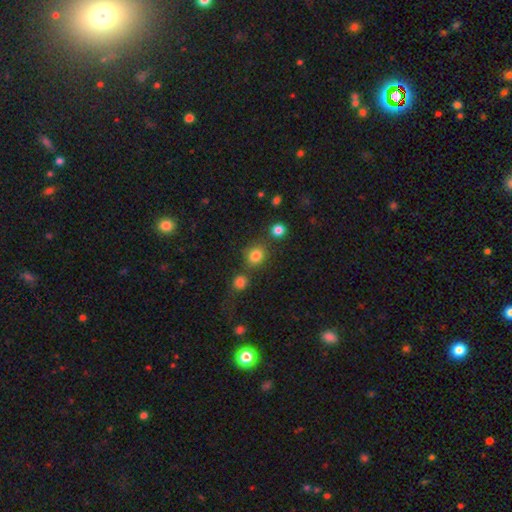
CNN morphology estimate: The model was most divided on "how rounded": round: 76%, in between: 23%, cigar-shaped: 1%. More confident: smooth or featured — smooth (81%); merging — none (71%).